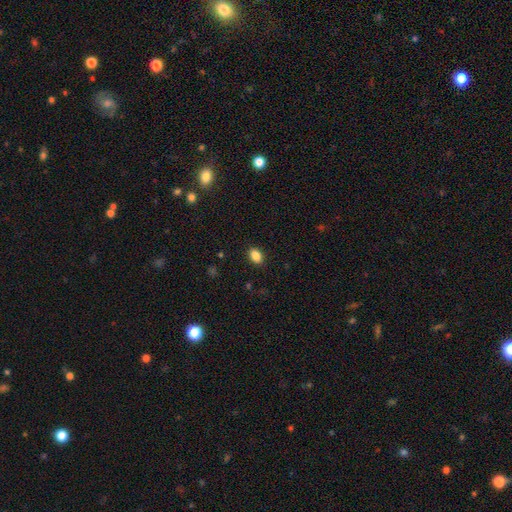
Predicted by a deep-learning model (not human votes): Morphology: type=smooth (87%); roundness=in between (87%); merging=none (88%).